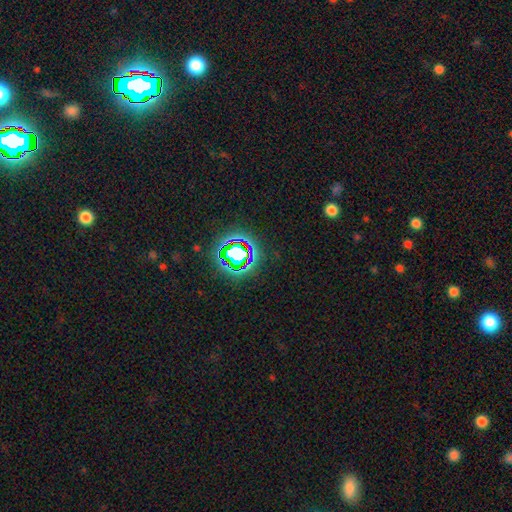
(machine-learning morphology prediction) The model was most divided on "smooth or featured": star or artifact: 79%, smooth: 12%, featured or disk: 9%.